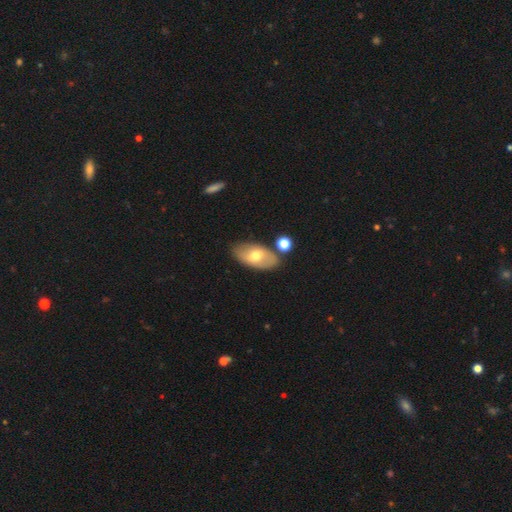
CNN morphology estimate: Smooth or featured? Predicted: smooth (p=0.58). How rounded? Predicted: in between (p=0.92). Merging? Predicted: none (p=0.76).